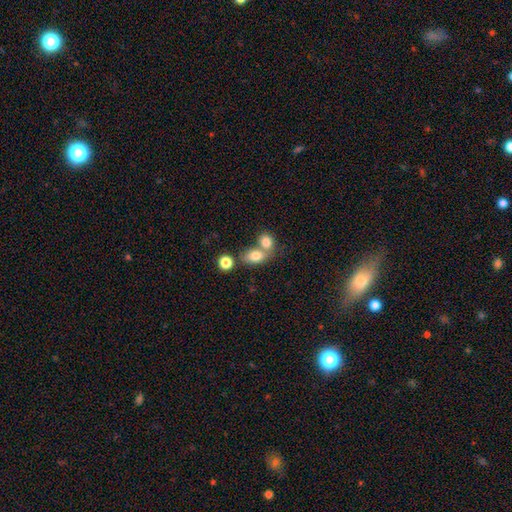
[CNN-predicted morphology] Smooth or featured: smooth — 79% (featured or disk — 12%)
How rounded: in between — 74% (round — 24%)
Merging: merger — 50% (none — 37%)